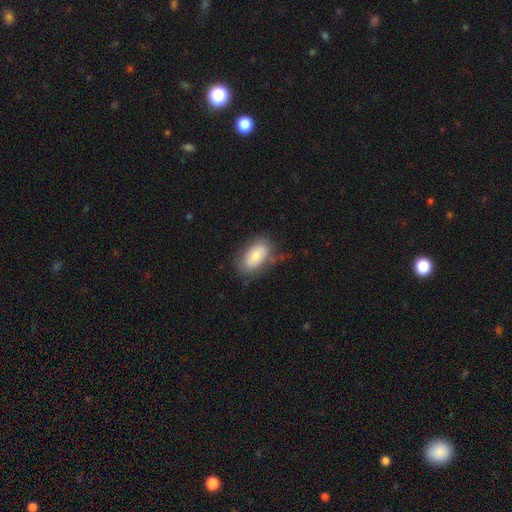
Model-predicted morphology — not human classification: A smooth galaxy with no disk features (71%) that is in between round and cigar-shaped (92%). Merging: none (72%).